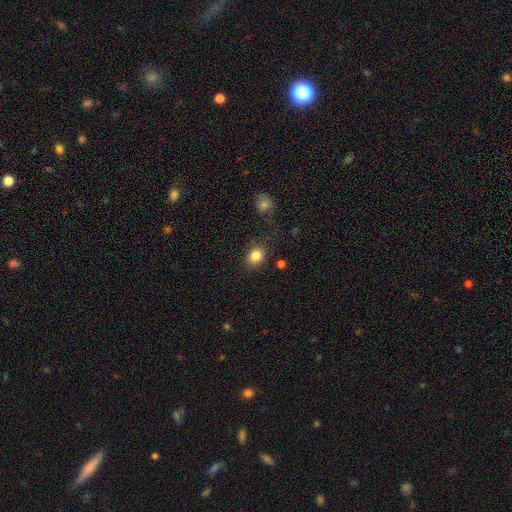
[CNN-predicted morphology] smooth_or_featured: smooth (p=0.84) [alt: star or artifact p=0.10]
how_rounded: round (p=0.63) [alt: in between p=0.36]
merging: none (p=0.79) [alt: minor disturbance p=0.13]